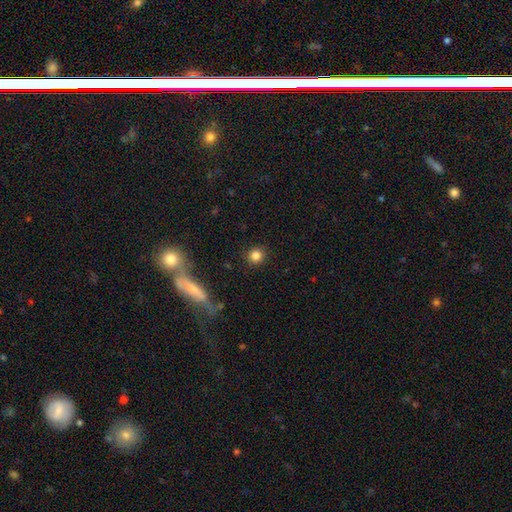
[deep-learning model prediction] Smooth or featured?
  - smooth: 82% *
  - star or artifact: 12%
  - featured or disk: 6%
How rounded?
  - round: 91% *
  - in between: 8%
  - cigar-shaped: 1%
Merging?
  - none: 89% *
  - minor disturbance: 6%
  - major disturbance: 2%
  - merger: 2%